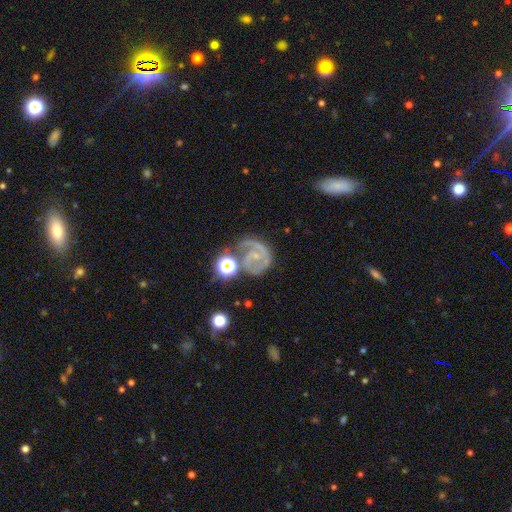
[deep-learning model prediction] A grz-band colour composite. It shows a featured or disk galaxy (75%) with no bar (56%), 2 (46%) tight (46%) spiral arms (90%) and a small central bulge (69%). Merging: none (49%).